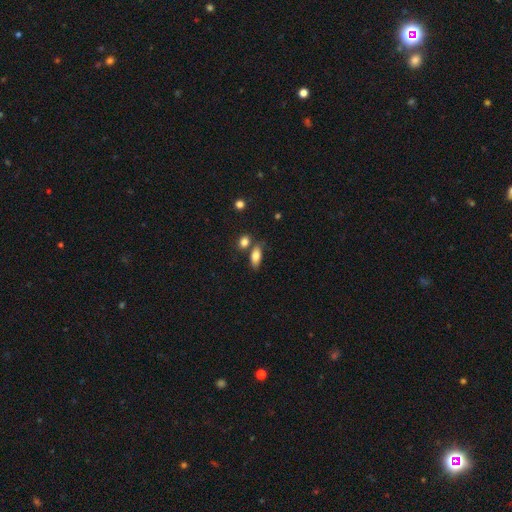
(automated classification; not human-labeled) smooth_or_featured: smooth (p=0.82) [alt: featured or disk p=0.10]
how_rounded: in between (p=0.84) [alt: cigar-shaped p=0.12]
merging: none (p=0.62) [alt: merger p=0.19]